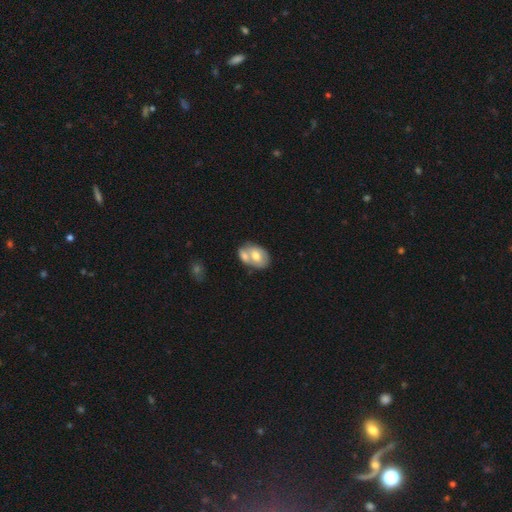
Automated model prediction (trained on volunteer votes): Overall: smooth (60%; featured or disk 34%). How rounded: in between (82%). Merging: merger (55%; none 29%).